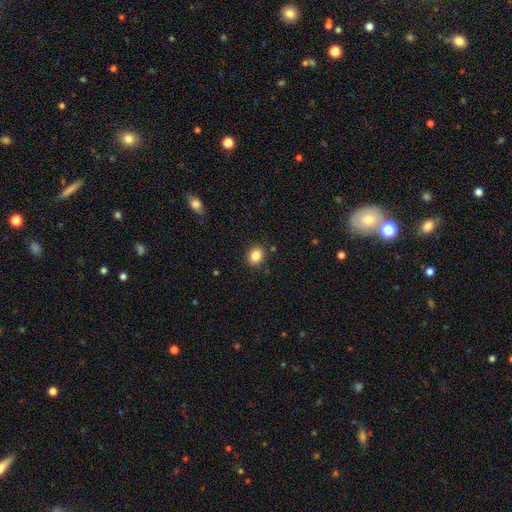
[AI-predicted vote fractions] Q: Smooth or featured?
A: smooth (85%); runner-up: star or artifact (10%)
Q: How rounded?
A: round (60%); runner-up: in between (40%)
Q: Merging?
A: none (89%); runner-up: minor disturbance (8%)